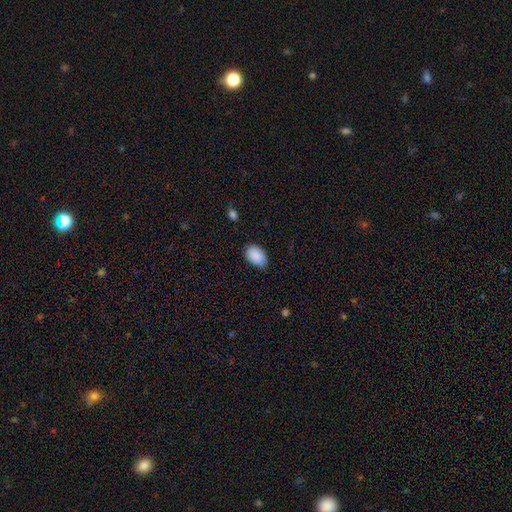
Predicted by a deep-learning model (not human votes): Q: Smooth or featured?
A: smooth (90%); runner-up: star or artifact (7%)
Q: How rounded?
A: in between (90%); runner-up: round (9%)
Q: Merging?
A: none (74%); runner-up: minor disturbance (21%)